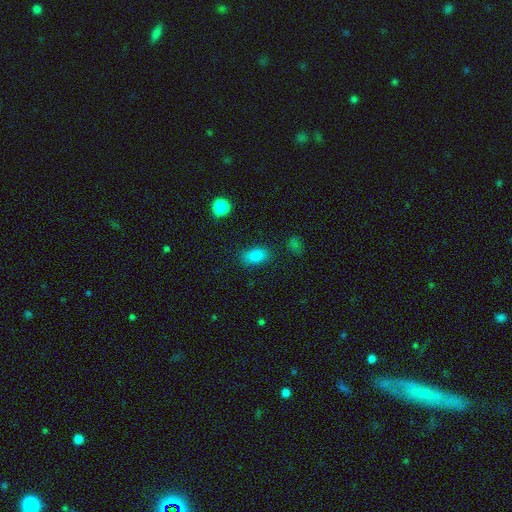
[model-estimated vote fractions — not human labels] Smooth or featured? smooth (83%)
How rounded? in between (88%)
Merging? none (83%)